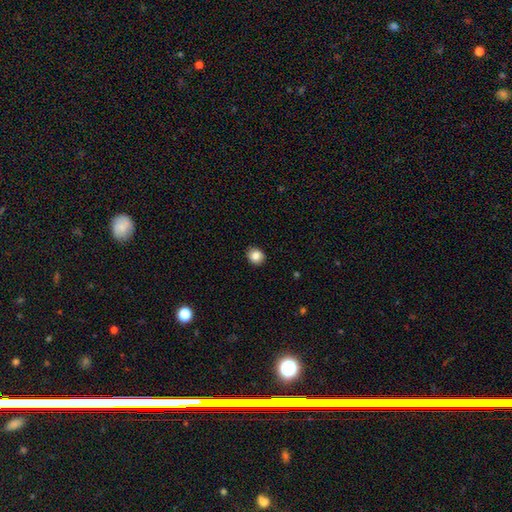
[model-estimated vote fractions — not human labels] Q: Smooth or featured?
A: smooth (85%); runner-up: star or artifact (9%)
Q: How rounded?
A: round (76%); runner-up: in between (23%)
Q: Merging?
A: none (91%); runner-up: minor disturbance (7%)